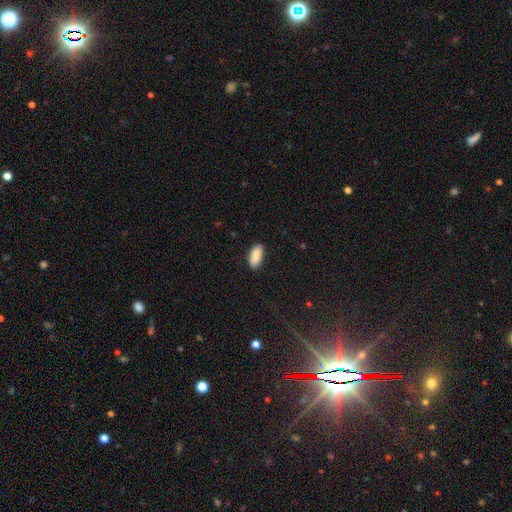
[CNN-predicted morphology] A smooth galaxy with no disk features (90%) that is in between round and cigar-shaped (87%). Merging: none (88%).